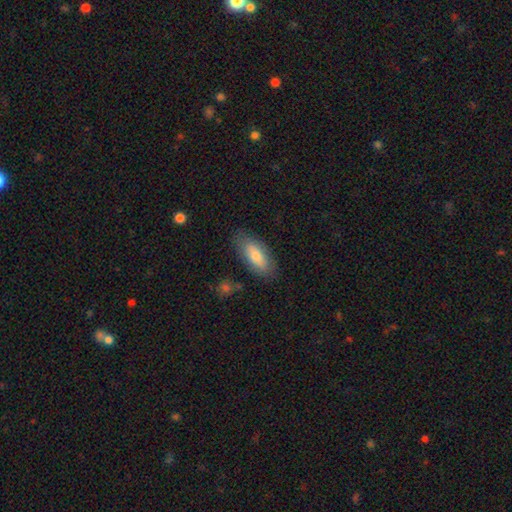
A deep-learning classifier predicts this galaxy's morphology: A smooth galaxy with no disk features (71%) that is in between round and cigar-shaped (81%).

Vote fractions:
- Smooth or featured? smooth: 71% / featured or disk: 23% / star or artifact: 6%
- How rounded? in between: 81% / cigar-shaped: 17% / round: 3%
- Merging? none: 81% / minor disturbance: 14% / major disturbance: 4% / merger: 2%